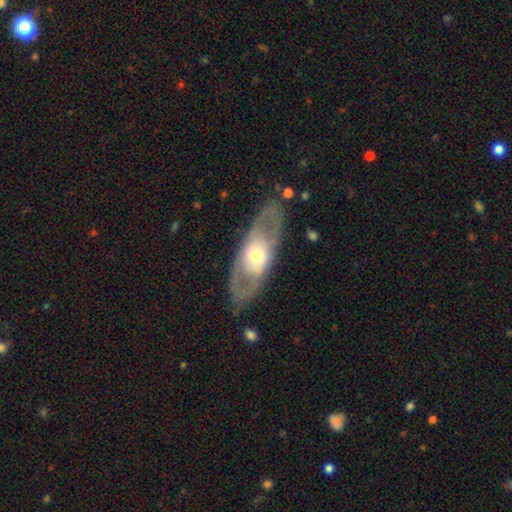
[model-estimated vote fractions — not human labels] Q: Smooth or featured?
A: featured or disk (64%); runner-up: smooth (31%)
Q: Edge-on disk?
A: no (79%); runner-up: yes (21%)
Q: Bar?
A: no (81%); runner-up: weak (14%)
Q: Spiral arms?
A: no (76%); runner-up: yes (24%)
Q: Bulge size?
A: moderate (64%); runner-up: small (21%)
Q: Merging?
A: none (80%); runner-up: minor disturbance (12%)